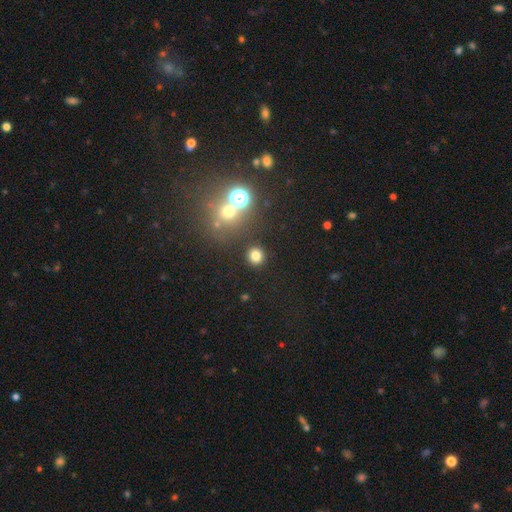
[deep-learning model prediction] Q: Smooth or featured?
A: smooth (78%); runner-up: star or artifact (17%)
Q: How rounded?
A: round (90%); runner-up: in between (9%)
Q: Merging?
A: none (89%); runner-up: minor disturbance (6%)